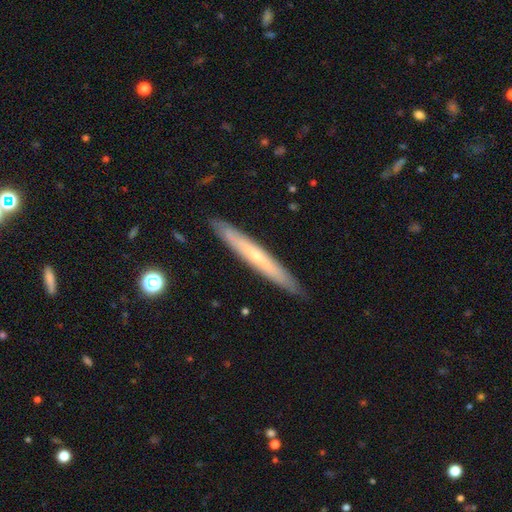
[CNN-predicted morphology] featured or disk 52%, smooth 43%, star or artifact 6%. Down the decision tree: edge-on disk — yes (90%); merging — none (89%).